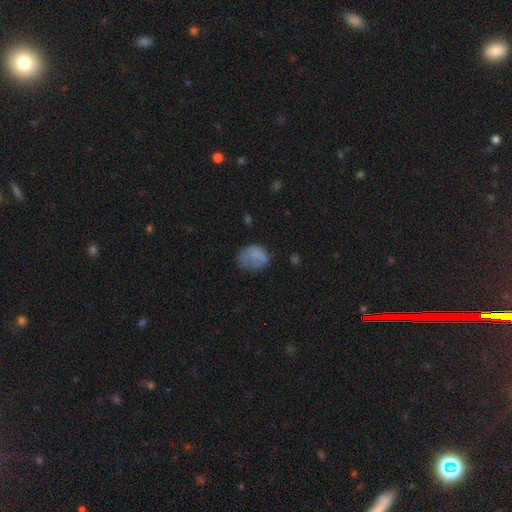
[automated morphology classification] smooth_or_featured: smooth (p=0.76) [alt: featured or disk p=0.13]
how_rounded: in between (p=0.50) [alt: round p=0.49]
merging: none (p=0.42) [alt: minor disturbance p=0.31]